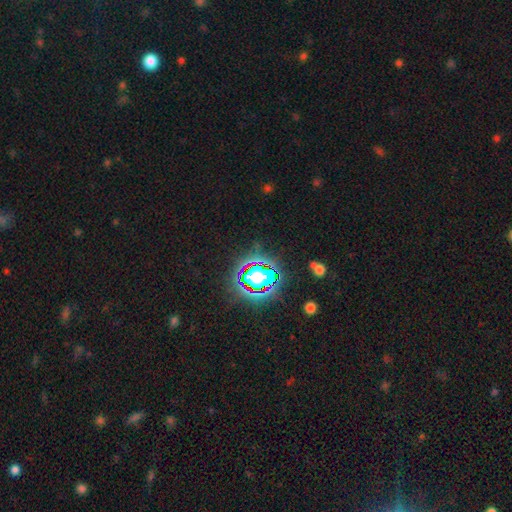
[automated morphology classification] A star or artifact, not a galaxy (78%).

Vote fractions:
- Smooth or featured? star or artifact: 78% / smooth: 13% / featured or disk: 9%